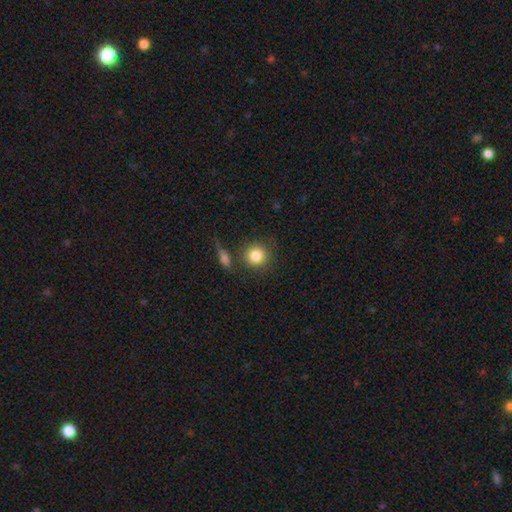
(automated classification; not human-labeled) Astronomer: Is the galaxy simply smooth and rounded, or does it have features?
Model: smooth — 84%.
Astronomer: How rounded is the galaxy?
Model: round — 90%.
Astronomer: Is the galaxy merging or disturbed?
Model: none — 73%.